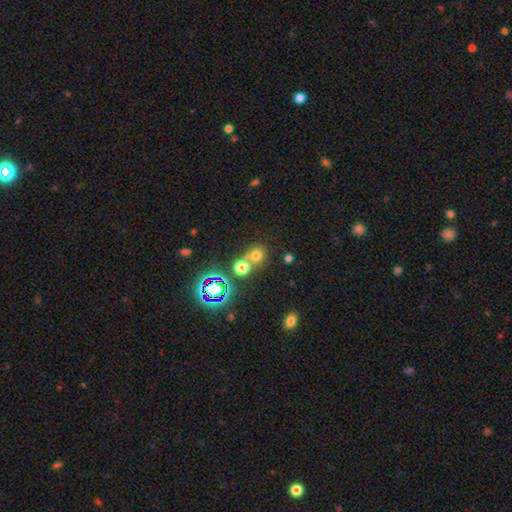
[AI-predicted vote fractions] Smooth or featured: smooth — 61% (star or artifact — 29%)
How rounded: round — 85% (in between — 14%)
Merging: none — 57% (merger — 32%)